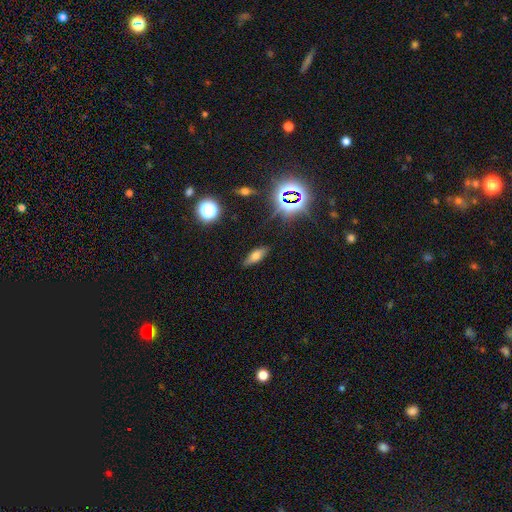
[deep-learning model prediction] A smooth galaxy with no disk features (61%) that is in between round and cigar-shaped (67%). Merging: none (84%).